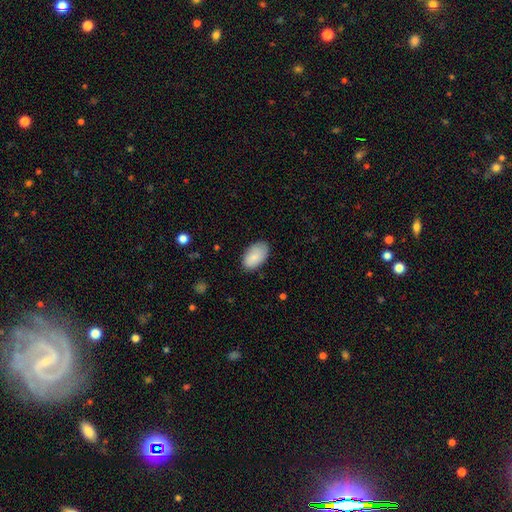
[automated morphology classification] Overall: smooth (84%). How rounded: in between (94%). Merging: none (79%).